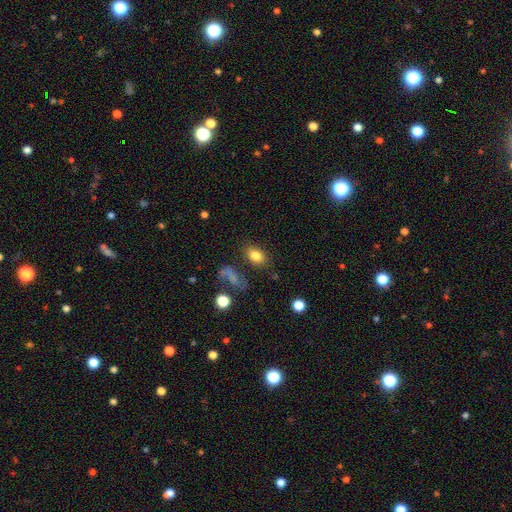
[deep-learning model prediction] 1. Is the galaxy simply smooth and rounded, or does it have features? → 81% smooth, 10% star or artifact, 9% featured or disk.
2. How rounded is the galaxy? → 78% in between, 20% round, 2% cigar-shaped.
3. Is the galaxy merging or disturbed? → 77% none, 13% minor disturbance, 6% major disturbance, 5% merger.